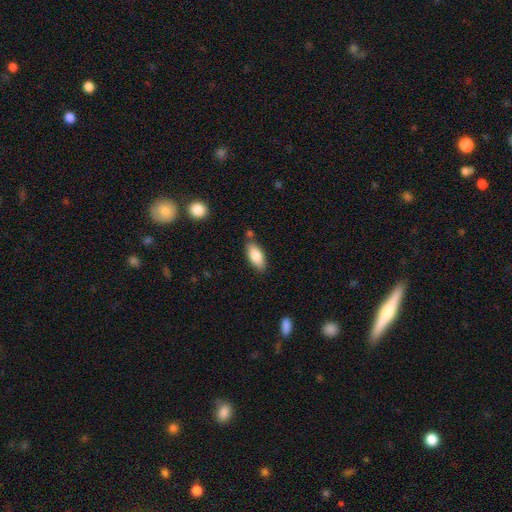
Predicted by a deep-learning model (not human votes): A smooth galaxy with no disk features (85%) that is in between round and cigar-shaped (86%). Merging: none (78%).